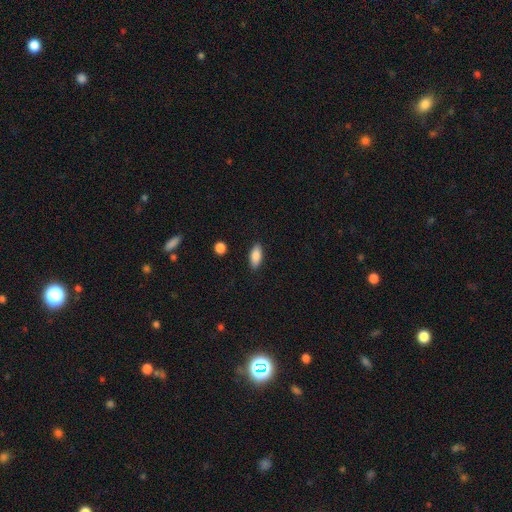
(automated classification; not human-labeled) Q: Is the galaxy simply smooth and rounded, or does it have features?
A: smooth — 86%.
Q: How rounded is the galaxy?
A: in between — 84%.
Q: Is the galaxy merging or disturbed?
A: none — 88%.